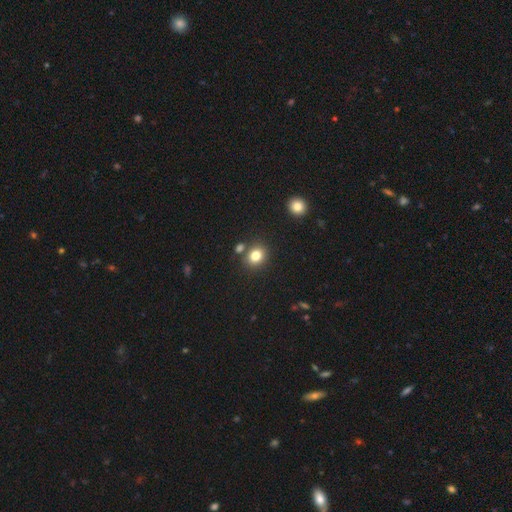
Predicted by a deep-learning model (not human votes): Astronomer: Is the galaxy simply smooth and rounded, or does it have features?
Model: smooth — 81%.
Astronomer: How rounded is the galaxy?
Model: round — 65%.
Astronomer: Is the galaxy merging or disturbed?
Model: none — 77%.